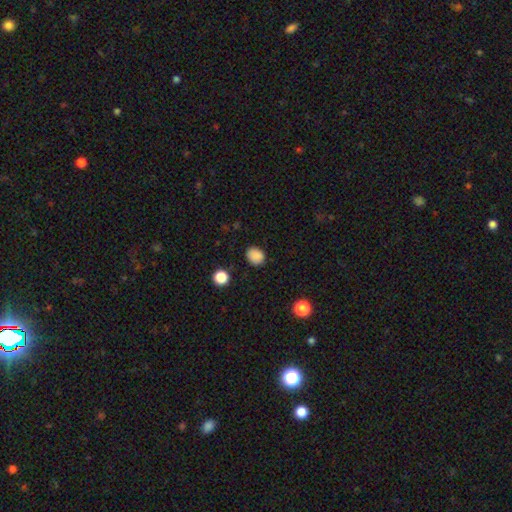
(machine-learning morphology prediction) This appears to be a smooth galaxy with no disk features (86%) that is round (58%). Merging: none (85%).